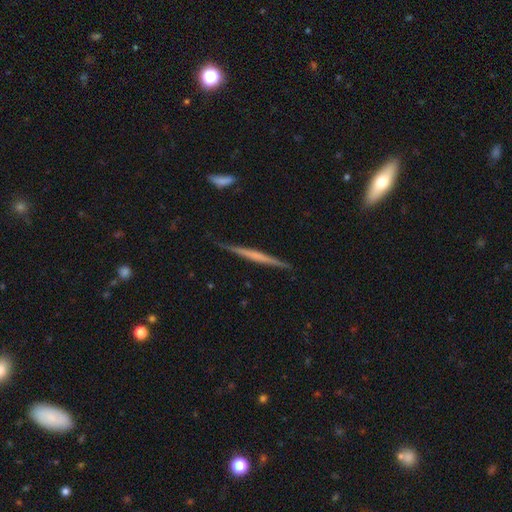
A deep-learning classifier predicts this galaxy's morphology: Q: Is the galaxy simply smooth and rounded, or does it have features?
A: featured or disk — 61%.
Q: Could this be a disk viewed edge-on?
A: yes — 98%.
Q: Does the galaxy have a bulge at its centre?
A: none — 74%.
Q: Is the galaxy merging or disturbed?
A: none — 87%.